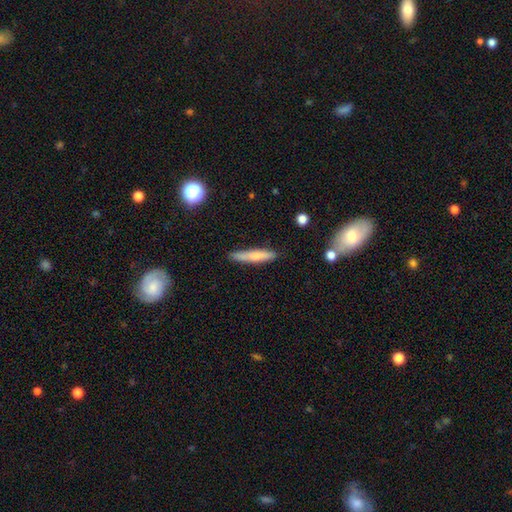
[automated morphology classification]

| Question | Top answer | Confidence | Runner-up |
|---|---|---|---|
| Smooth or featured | smooth | 68% | featured or disk (26%) |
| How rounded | cigar-shaped | 90% | in between (8%) |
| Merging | none | 82% | minor disturbance (13%) |